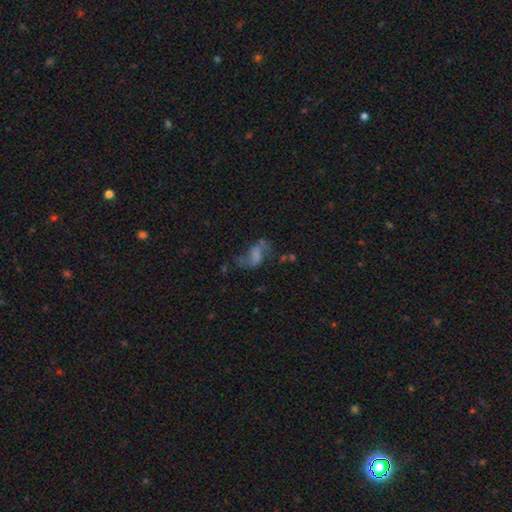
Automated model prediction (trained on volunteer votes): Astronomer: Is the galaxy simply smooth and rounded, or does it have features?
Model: featured or disk — 56%.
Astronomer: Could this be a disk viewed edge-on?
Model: no — 95%.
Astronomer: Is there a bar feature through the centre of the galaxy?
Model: weak — 40% (runner-up: no, 39%).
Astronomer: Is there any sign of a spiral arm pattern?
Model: yes — 77%.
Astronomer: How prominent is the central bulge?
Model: none — 51%.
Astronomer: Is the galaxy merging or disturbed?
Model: none — 49% (runner-up: major disturbance, 24%).